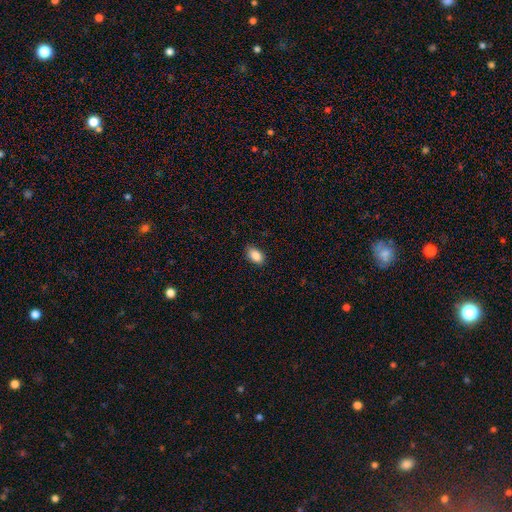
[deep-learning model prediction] smooth 88%, star or artifact 8%, featured or disk 5%. Down the decision tree: how rounded — in between (90%); merging — none (86%).